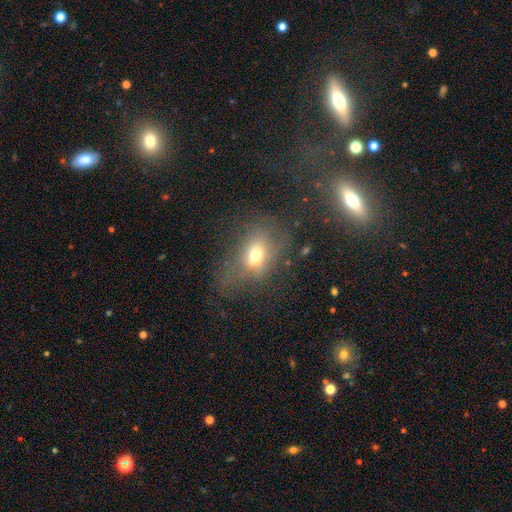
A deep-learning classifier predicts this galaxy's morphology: Smooth or featured: smooth — 64% (featured or disk — 21%)
How rounded: in between — 69% (round — 29%)
Merging: none — 44% (major disturbance — 29%)